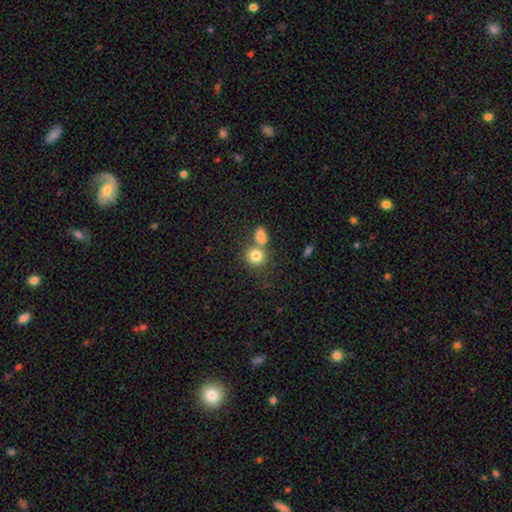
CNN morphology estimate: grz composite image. It shows a smooth galaxy with no disk features (81%) that is round (77%). Merging: none (45%).